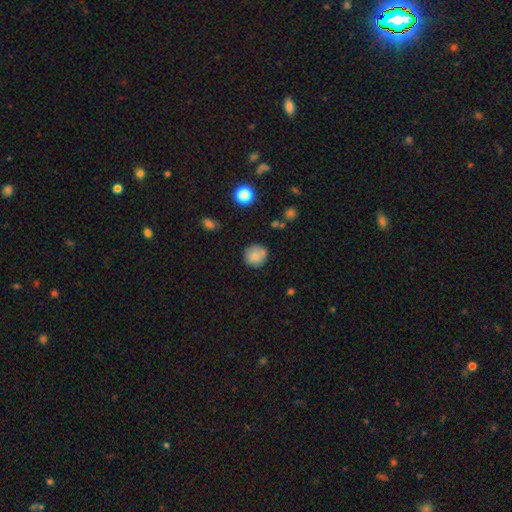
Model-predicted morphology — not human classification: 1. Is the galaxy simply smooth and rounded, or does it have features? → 82% smooth, 9% star or artifact, 8% featured or disk.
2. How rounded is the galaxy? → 90% round, 9% in between, 1% cigar-shaped.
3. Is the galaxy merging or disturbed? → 75% none, 14% minor disturbance, 7% merger, 4% major disturbance.